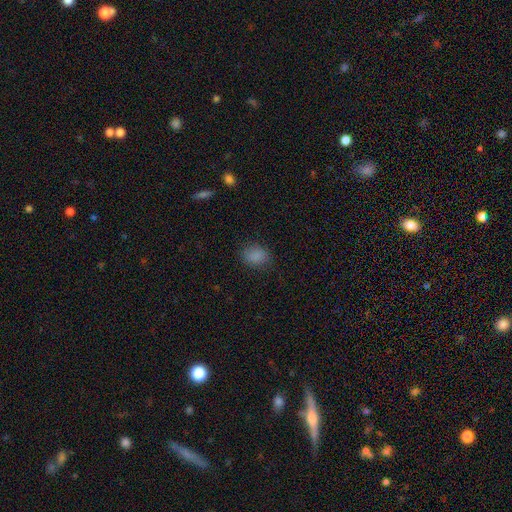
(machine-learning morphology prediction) A smooth galaxy with no disk features (85%) that is in between round and cigar-shaped (57%). Merging: none (81%).